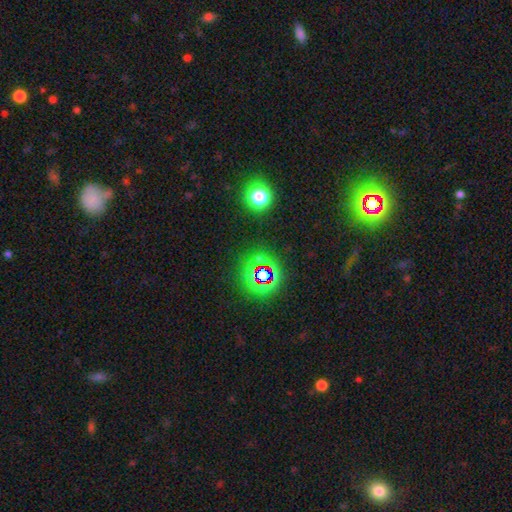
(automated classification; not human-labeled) smooth_or_featured: star or artifact (p=0.76) [alt: smooth p=0.15]